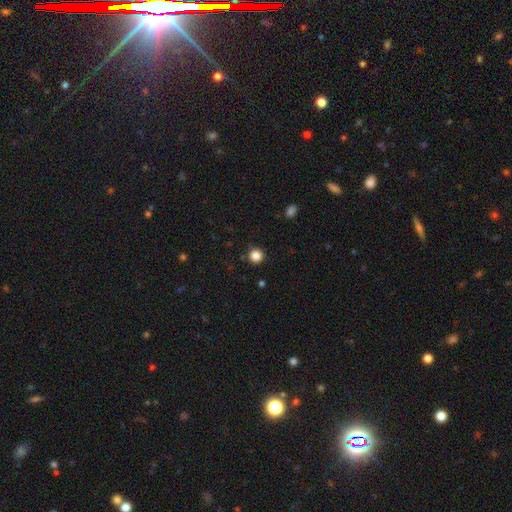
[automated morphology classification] Smooth or featured? Predicted: smooth (p=0.84). How rounded? Predicted: round (p=0.94). Merging? Predicted: none (p=0.90).